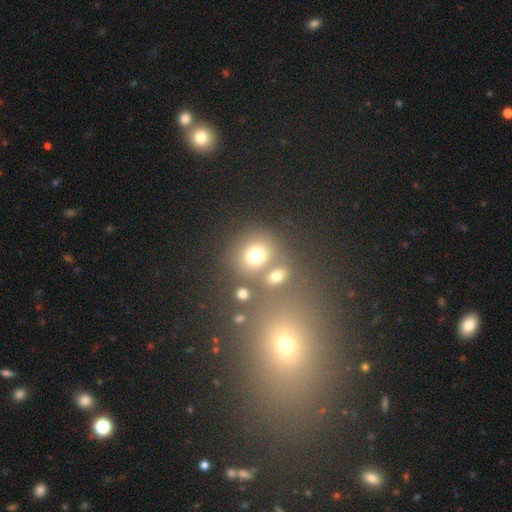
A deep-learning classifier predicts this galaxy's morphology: Smooth or featured?
  - smooth: 72% *
  - star or artifact: 17%
  - featured or disk: 11%
How rounded?
  - round: 76% *
  - in between: 23%
  - cigar-shaped: 1%
Merging?
  - none: 57% *
  - merger: 28%
  - minor disturbance: 10%
  - major disturbance: 6%